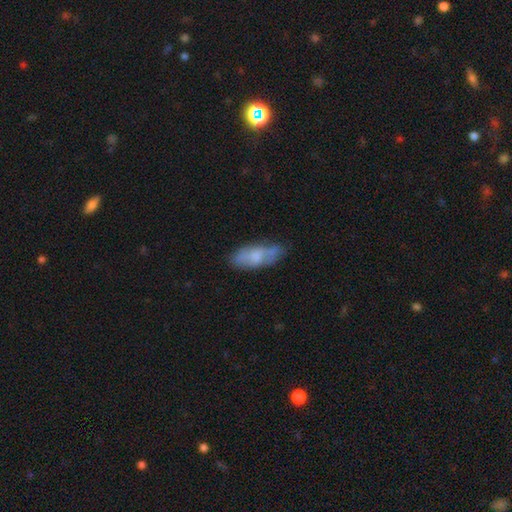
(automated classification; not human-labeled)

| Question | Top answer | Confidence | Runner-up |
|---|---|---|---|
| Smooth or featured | smooth | 60% | featured or disk (33%) |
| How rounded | in between | 77% | cigar-shaped (21%) |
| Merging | none | 61% | minor disturbance (28%) |